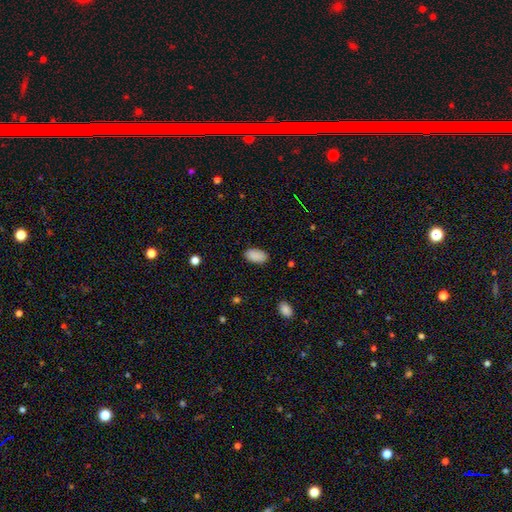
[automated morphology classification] Smooth or featured: smooth — 89% (star or artifact — 8%)
How rounded: in between — 95% (round — 4%)
Merging: none — 87% (minor disturbance — 9%)